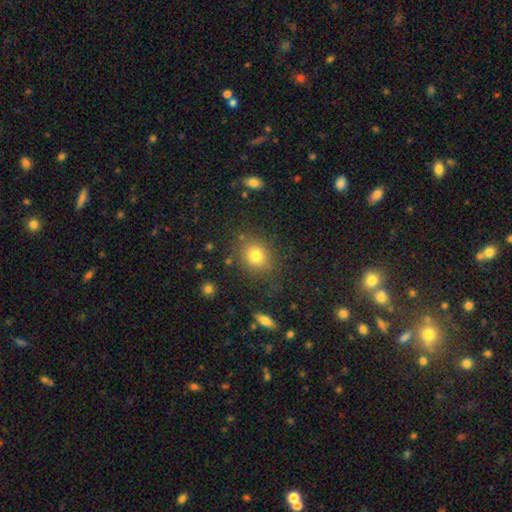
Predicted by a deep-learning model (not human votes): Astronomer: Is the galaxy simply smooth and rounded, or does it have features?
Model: smooth — 77%.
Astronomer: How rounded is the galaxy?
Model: round — 65%.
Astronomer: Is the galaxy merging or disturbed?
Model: none — 80%.